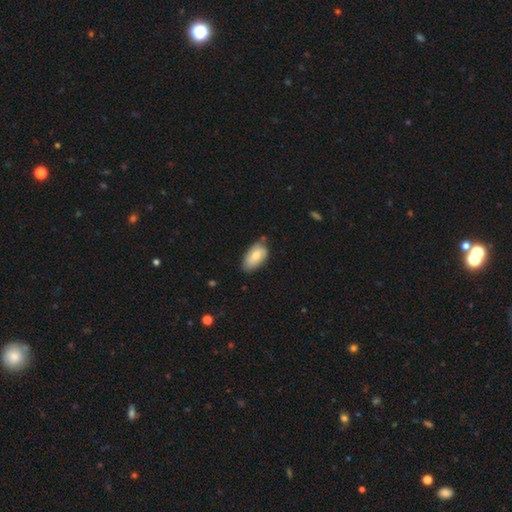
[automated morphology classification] smooth-or-featured: smooth: 75% | featured or disk: 18% | star or artifact: 6%
  how-rounded: in between: 94% | round: 4% | cigar-shaped: 2%
  merging: none: 61% | minor disturbance: 31% | major disturbance: 5% | merger: 3%